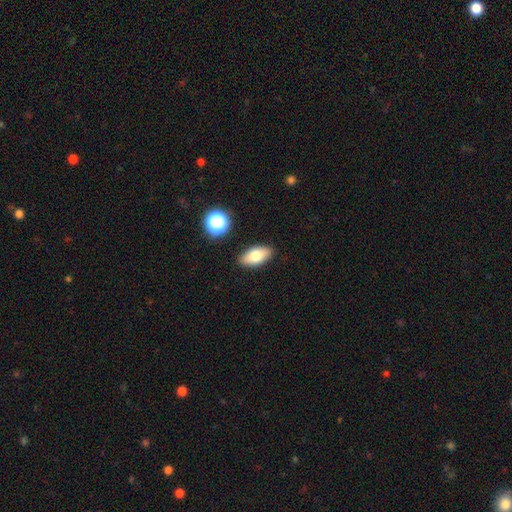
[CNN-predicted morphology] A smooth galaxy with no disk features (76%) that is in between round and cigar-shaped (88%).

Vote fractions:
- Smooth or featured? smooth: 76% / featured or disk: 16% / star or artifact: 8%
- How rounded? in between: 88% / cigar-shaped: 7% / round: 5%
- Merging? none: 87% / minor disturbance: 9% / merger: 2% / major disturbance: 2%